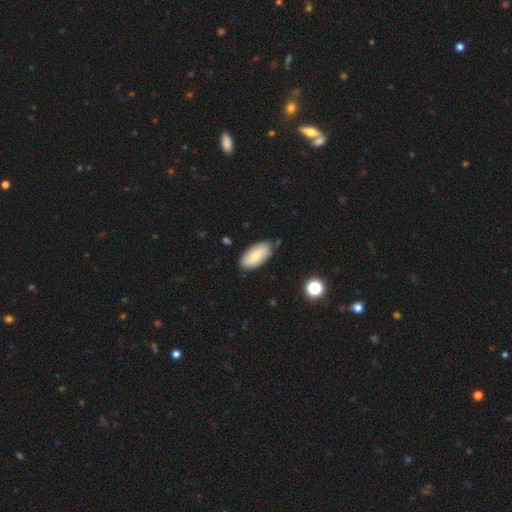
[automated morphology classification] Smooth or featured? smooth (60%)
How rounded? in between (91%)
Merging? none (78%)